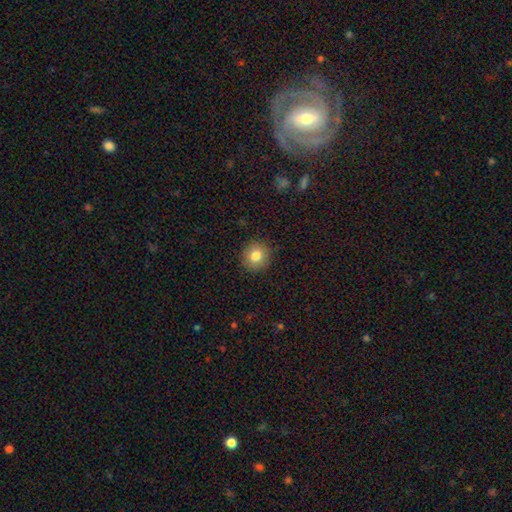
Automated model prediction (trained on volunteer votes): smooth 81%, star or artifact 10%, featured or disk 8%. Down the decision tree: how rounded — round (91%); merging — none (91%).